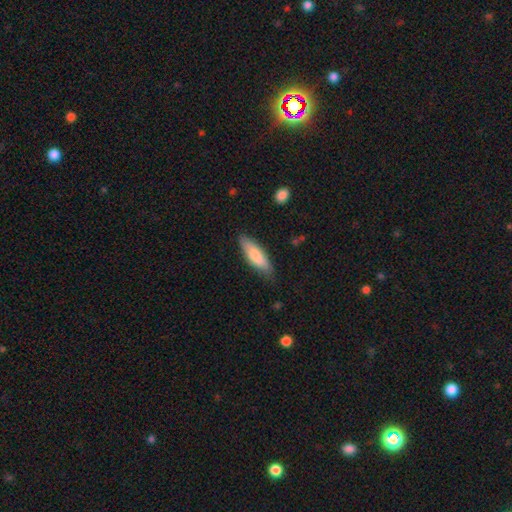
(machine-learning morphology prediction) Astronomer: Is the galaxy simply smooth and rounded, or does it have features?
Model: smooth — 80%.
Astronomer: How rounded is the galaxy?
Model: in between — 50% (runner-up: cigar-shaped, 49%).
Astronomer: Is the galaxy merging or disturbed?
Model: none — 80%.